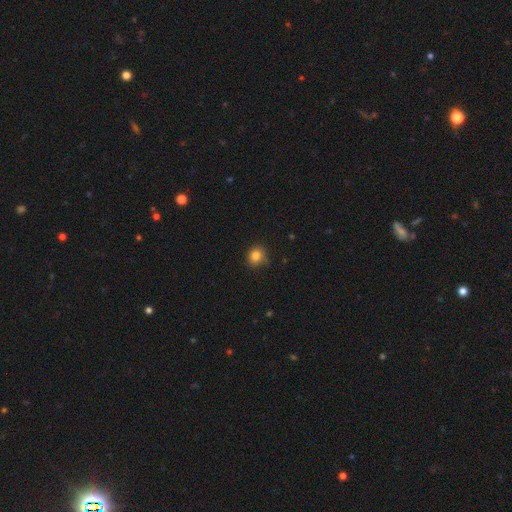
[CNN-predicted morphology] This appears to be a smooth galaxy with no disk features (83%) that is round (85%). Merging: none (80%).